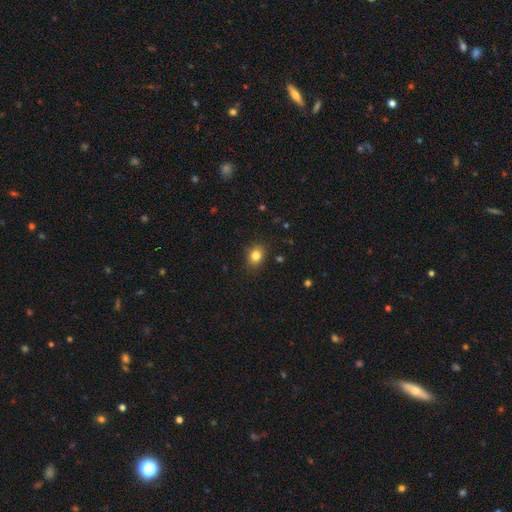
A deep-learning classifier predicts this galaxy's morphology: Smooth or featured? Predicted: smooth (p=0.82). How rounded? Predicted: in between (p=0.58). Merging? Predicted: none (p=0.86).